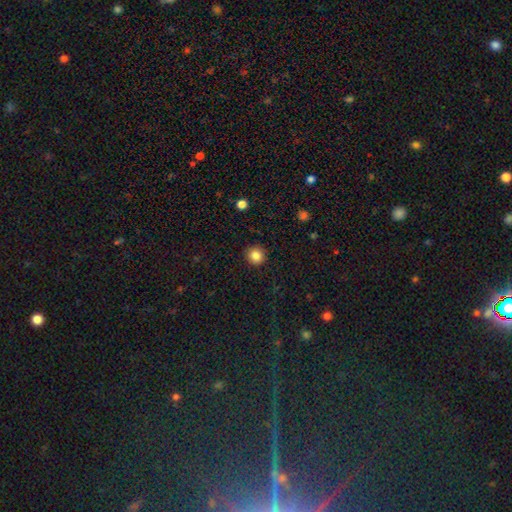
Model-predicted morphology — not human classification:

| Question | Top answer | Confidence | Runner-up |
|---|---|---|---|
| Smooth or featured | smooth | 86% | star or artifact (11%) |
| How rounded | round | 93% | in between (6%) |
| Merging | none | 91% | minor disturbance (6%) |